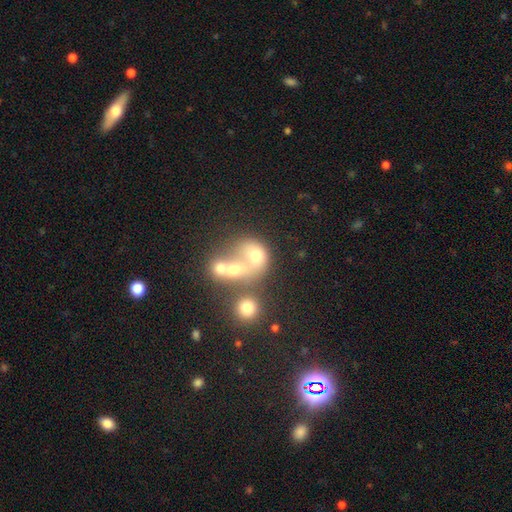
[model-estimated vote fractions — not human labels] A smooth galaxy with no disk features (63%) that is round (65%).

Vote fractions:
- Smooth or featured? smooth: 63% / featured or disk: 22% / star or artifact: 15%
- How rounded? round: 65% / in between: 34% / cigar-shaped: 1%
- Merging? merger: 59% / none: 24% / major disturbance: 9% / minor disturbance: 8%